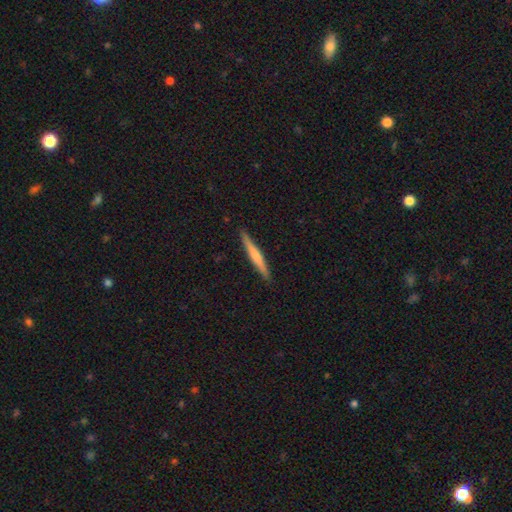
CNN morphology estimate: A smooth galaxy with no disk features (52%) that is cigar-shaped (95%).

Vote fractions:
- Smooth or featured? smooth: 52% / featured or disk: 43% / star or artifact: 5%
- How rounded? cigar-shaped: 95% / in between: 3% / round: 1%
- Merging? none: 90% / minor disturbance: 7% / major disturbance: 1% / merger: 1%